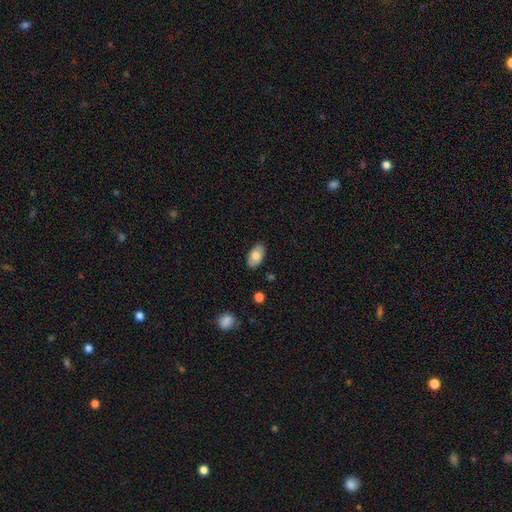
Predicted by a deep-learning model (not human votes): This appears to be a smooth galaxy with no disk features (76%) that is in between round and cigar-shaped (94%). Merging: none (85%).